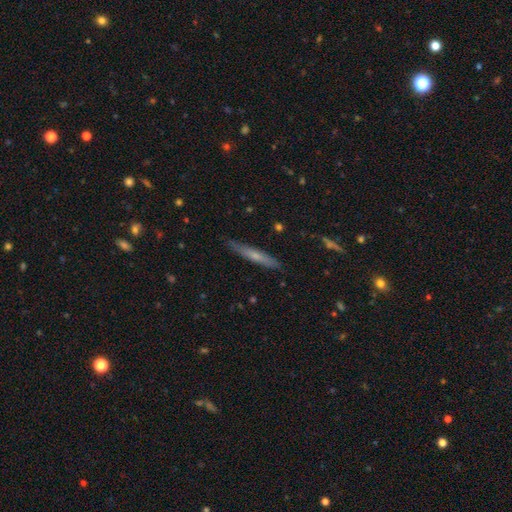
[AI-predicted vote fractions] Smooth or featured? smooth (48%)
Merging? none (85%)